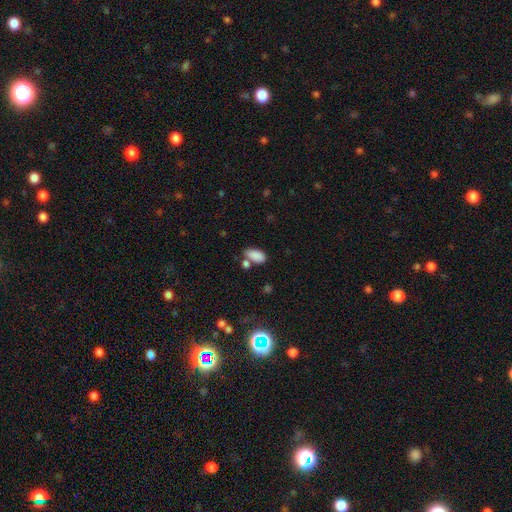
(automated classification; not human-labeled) The model was most divided on "merging": none: 58%, merger: 20%, minor disturbance: 17%, major disturbance: 5%. More confident: how rounded — in between (92%); smooth or featured — smooth (86%).